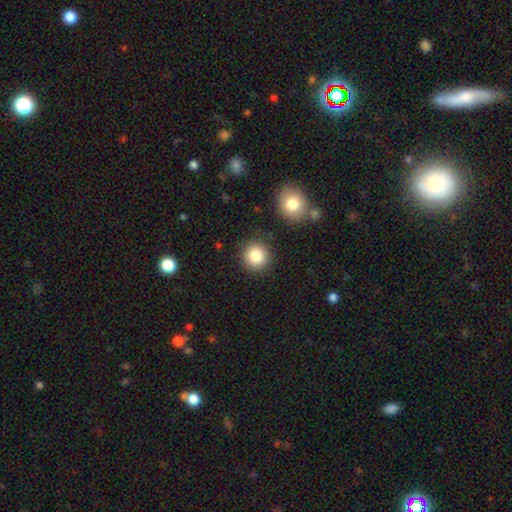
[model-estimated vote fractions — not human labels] A smooth galaxy with no disk features (84%) that is round (93%). Merging: none (87%).